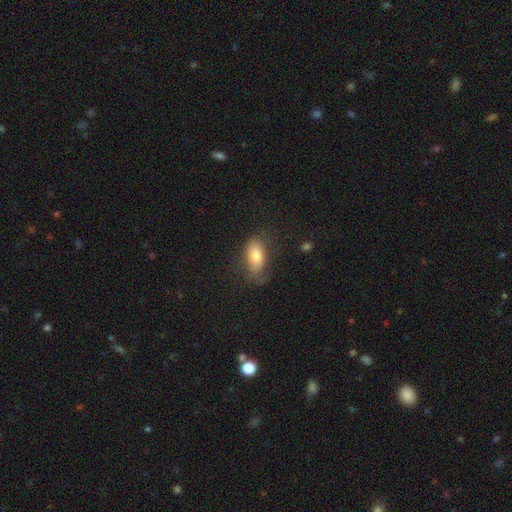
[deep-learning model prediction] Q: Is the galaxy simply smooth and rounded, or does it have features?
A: smooth — 76%.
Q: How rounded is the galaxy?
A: in between — 88%.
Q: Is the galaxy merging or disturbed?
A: none — 63%.